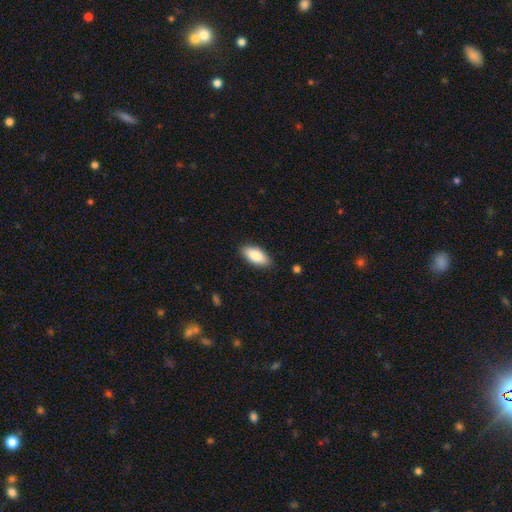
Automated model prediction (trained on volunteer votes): A smooth galaxy with no disk features (85%) that is in between round and cigar-shaped (88%).

Vote fractions:
- Smooth or featured? smooth: 85% / featured or disk: 9% / star or artifact: 6%
- How rounded? in between: 88% / cigar-shaped: 10% / round: 2%
- Merging? none: 87% / minor disturbance: 10% / major disturbance: 2% / merger: 1%